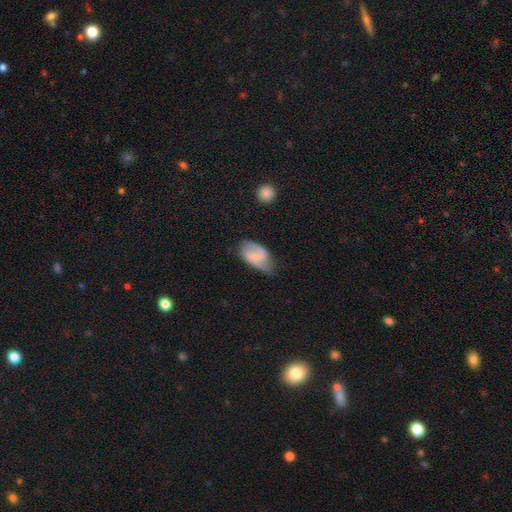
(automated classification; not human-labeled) This appears to be a featured or disk galaxy (55%) with a weak bar (48%), spiral arms (86%) and no central bulge (42%). Merging: none (52%).